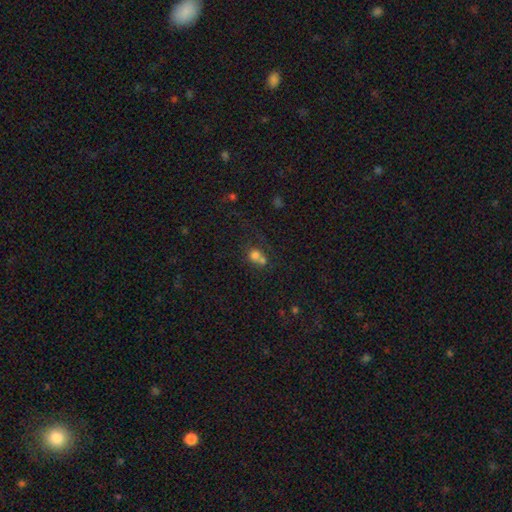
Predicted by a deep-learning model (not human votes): This is likely a smooth galaxy (71%). How rounded: likely round (75%). Merging: possibly merger (57%).